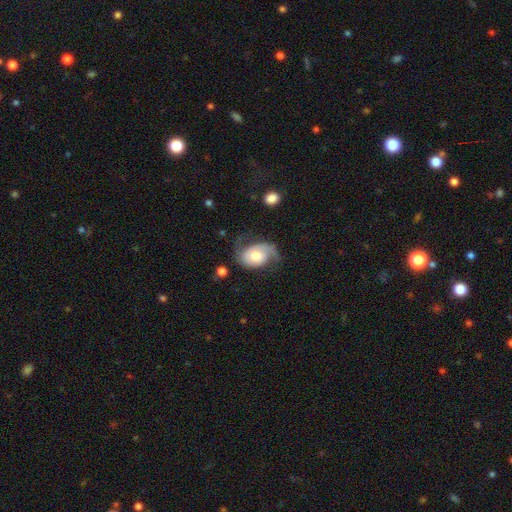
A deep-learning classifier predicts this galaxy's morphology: Overall: featured or disk (58%; smooth 35%). Edge-on disk: no (96%). Bar: no (68%). Spiral arms: yes (86%). Bulge size: moderate (67%). Merging: none (45%; minor disturbance 29%).